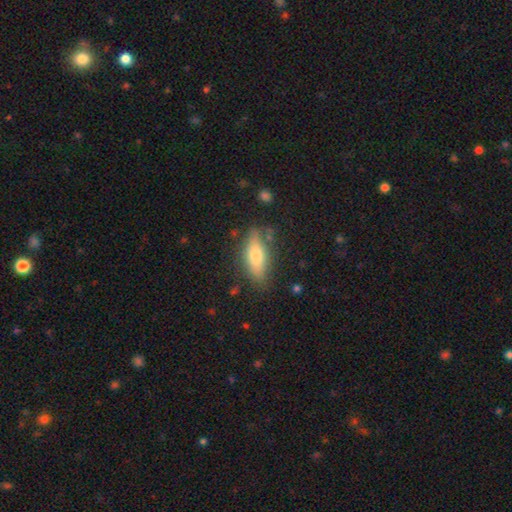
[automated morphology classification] smooth_or_featured: smooth (p=0.64) [alt: featured or disk p=0.28]
how_rounded: in between (p=0.64) [alt: cigar-shaped p=0.32]
merging: none (p=0.77) [alt: minor disturbance p=0.16]